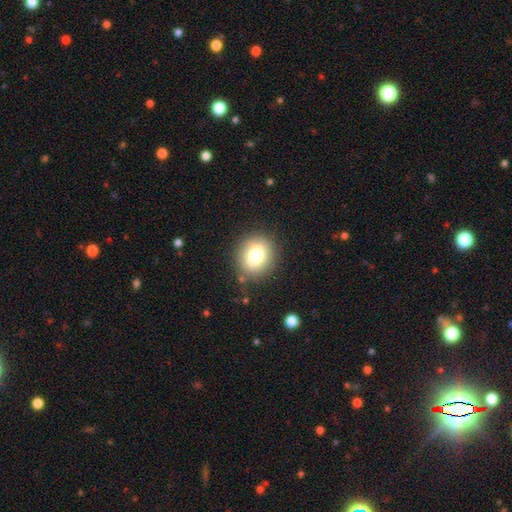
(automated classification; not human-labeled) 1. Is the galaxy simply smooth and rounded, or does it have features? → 77% smooth, 12% featured or disk, 10% star or artifact.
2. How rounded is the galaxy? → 71% round, 28% in between, 1% cigar-shaped.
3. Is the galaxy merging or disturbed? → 85% none, 9% minor disturbance, 3% major disturbance, 2% merger.